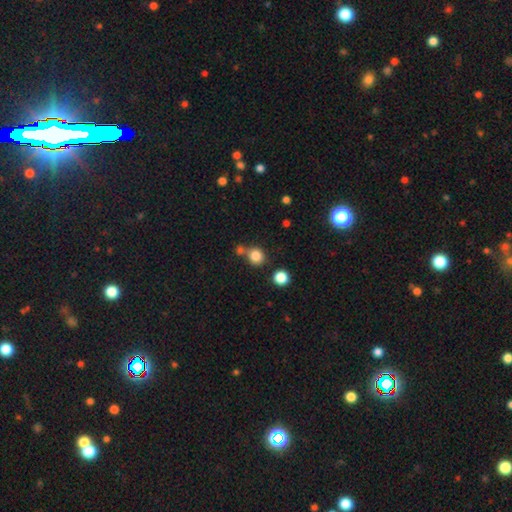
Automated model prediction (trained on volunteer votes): Smooth or featured?
  - smooth: 82% *
  - star or artifact: 12%
  - featured or disk: 6%
How rounded?
  - round: 88% *
  - in between: 11%
  - cigar-shaped: 1%
Merging?
  - none: 63% *
  - merger: 23%
  - minor disturbance: 10%
  - major disturbance: 4%